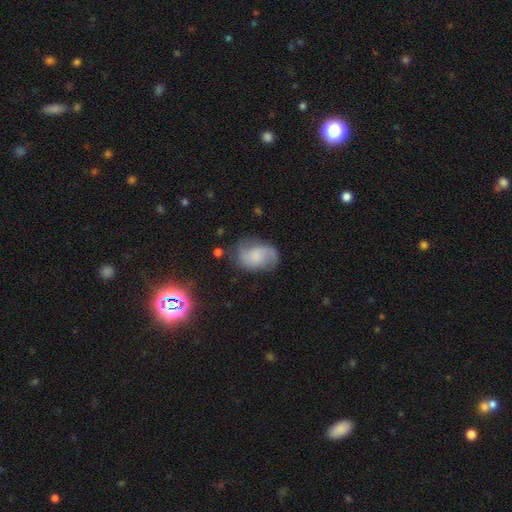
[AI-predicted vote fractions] The model was most divided on "smooth or featured": featured or disk: 55%, smooth: 35%, star or artifact: 10%. Remaining: edge-on disk — no (97%); spiral arms — yes (89%); bar — no (65%); merging — none (60%); bulge size — none (43%).